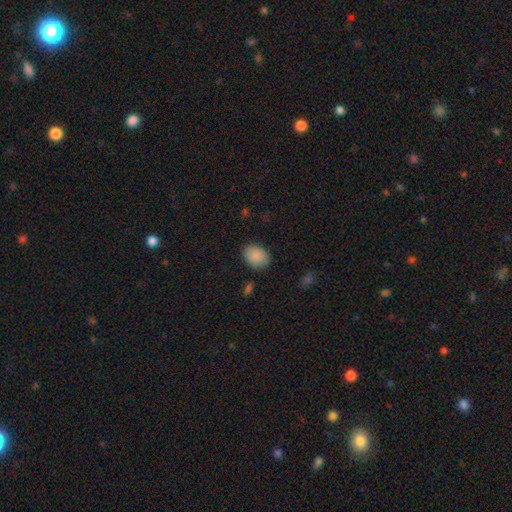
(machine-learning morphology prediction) The model was most divided on "how rounded": in between: 69%, round: 30%, cigar-shaped: 1%. More confident: smooth or featured — smooth (89%); merging — none (83%).